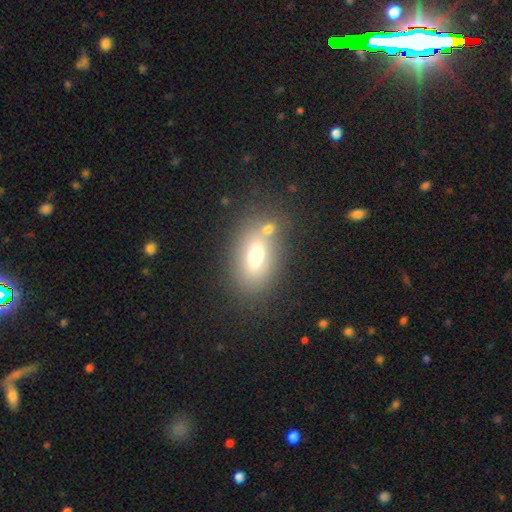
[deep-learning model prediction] Smooth or featured: smooth — 68% (featured or disk — 20%)
How rounded: in between — 85% (round — 10%)
Merging: none — 67% (merger — 16%)